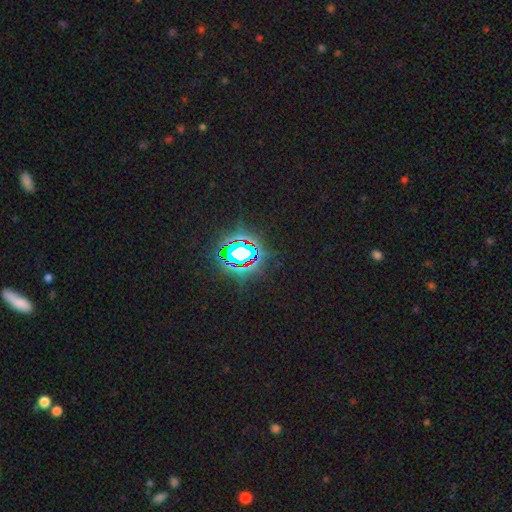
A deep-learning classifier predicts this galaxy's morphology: The model was most divided on "smooth or featured": star or artifact: 83%, smooth: 10%, featured or disk: 6%.